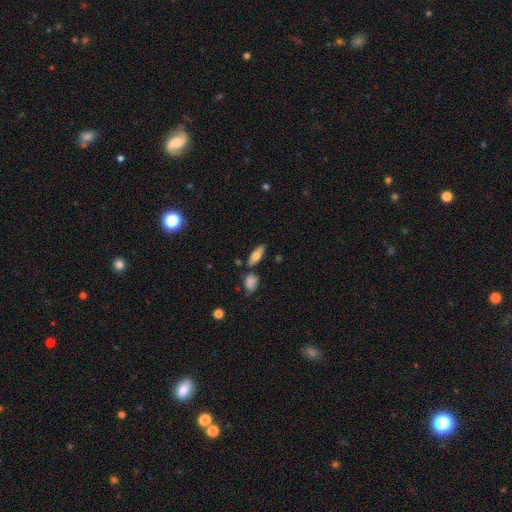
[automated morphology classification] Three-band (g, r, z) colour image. It shows a smooth galaxy with no disk features (59%) that is in between round and cigar-shaped (64%). Merging: none (76%).